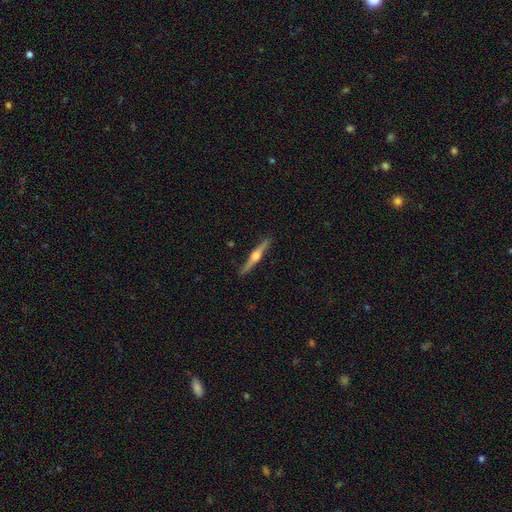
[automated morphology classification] Smooth or featured?
  - featured or disk: 77% *
  - smooth: 18%
  - star or artifact: 5%
Edge-on disk?
  - yes: 98% *
  - no: 2%
Edge-on bulge?
  - rounded: 94% *
  - boxy: 4%
  - none: 2%
Merging?
  - none: 91% *
  - minor disturbance: 7%
  - major disturbance: 1%
  - merger: 1%